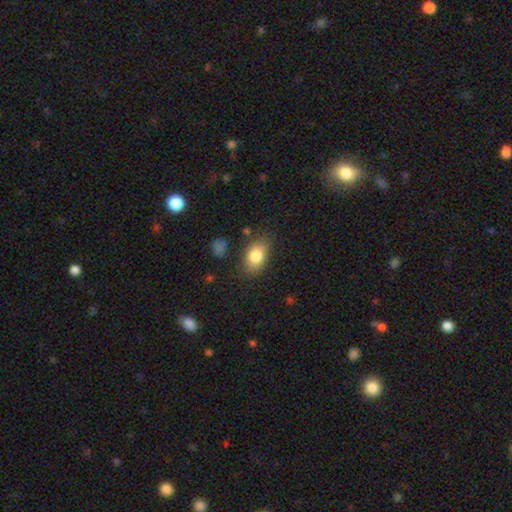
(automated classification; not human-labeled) smooth-or-featured: smooth: 82% | featured or disk: 10% | star or artifact: 8%
  how-rounded: in between: 85% | round: 14% | cigar-shaped: 2%
  merging: none: 78% | minor disturbance: 15% | major disturbance: 4% | merger: 2%